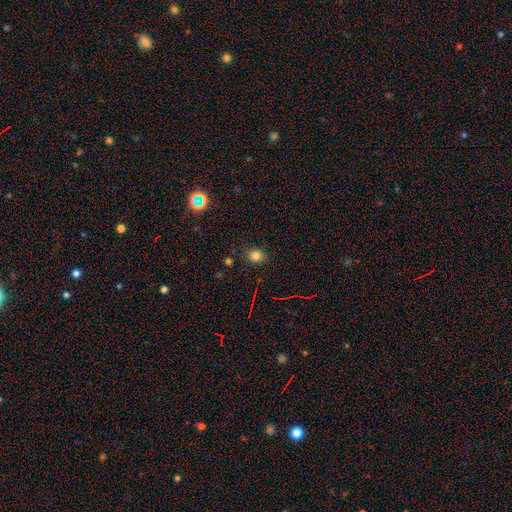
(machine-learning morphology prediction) A smooth galaxy with no disk features (78%) that is in between round and cigar-shaped (52%).

Vote fractions:
- Smooth or featured? smooth: 78% / star or artifact: 15% / featured or disk: 7%
- How rounded? in between: 52% / round: 47% / cigar-shaped: 1%
- Merging? none: 83% / minor disturbance: 12% / major disturbance: 3% / merger: 2%